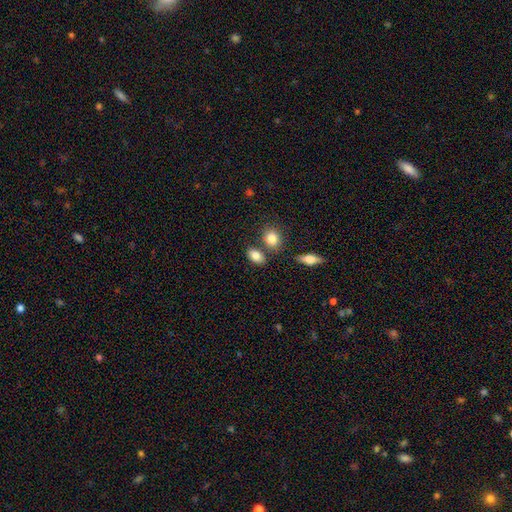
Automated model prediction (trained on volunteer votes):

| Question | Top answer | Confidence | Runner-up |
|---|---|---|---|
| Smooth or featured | smooth | 82% | featured or disk (10%) |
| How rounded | in between | 81% | round (17%) |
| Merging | none | 68% | merger (17%) |